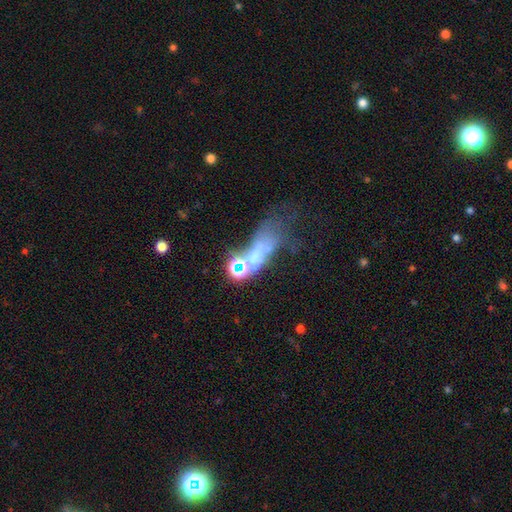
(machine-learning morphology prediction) A smooth galaxy with no disk features (37%). Merging: major disturbance (36%).